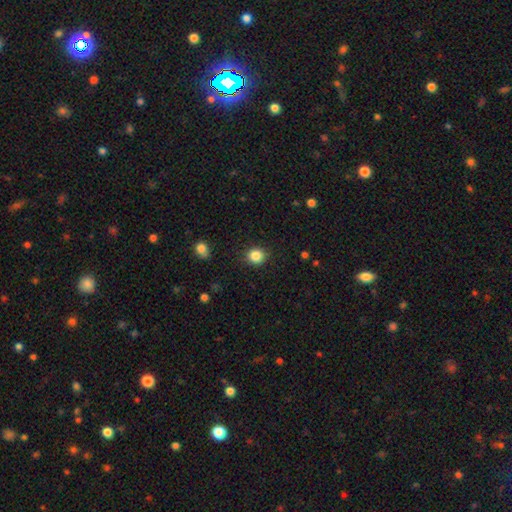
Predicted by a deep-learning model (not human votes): Morphology: type=smooth (86%); roundness=round (85%); merging=none (89%).